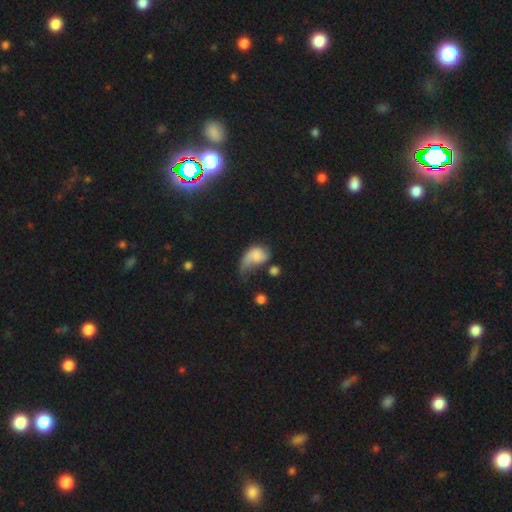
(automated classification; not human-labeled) Smooth or featured?
  - smooth: 54% *
  - featured or disk: 36%
  - star or artifact: 10%
How rounded?
  - in between: 76% *
  - round: 22%
  - cigar-shaped: 2%
Merging?
  - major disturbance: 47% *
  - minor disturbance: 25%
  - none: 18%
  - merger: 10%